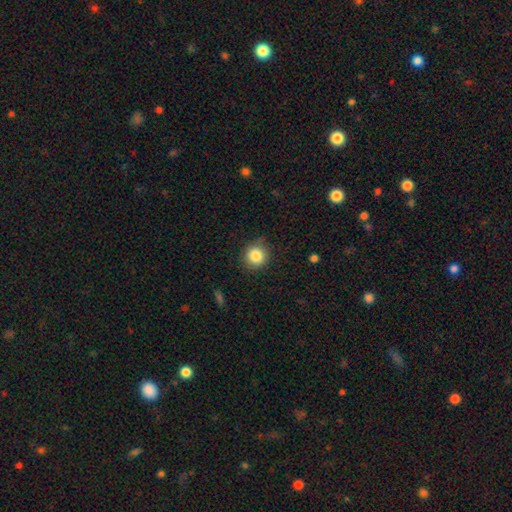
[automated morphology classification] Overall: smooth (84%). How rounded: round (91%). Merging: none (84%).